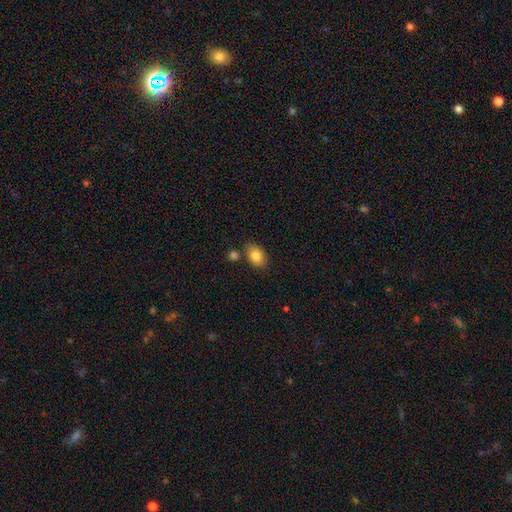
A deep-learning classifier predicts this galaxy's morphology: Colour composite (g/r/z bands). It shows a smooth galaxy with no disk features (84%) that is in between round and cigar-shaped (81%). Merging: none (73%).